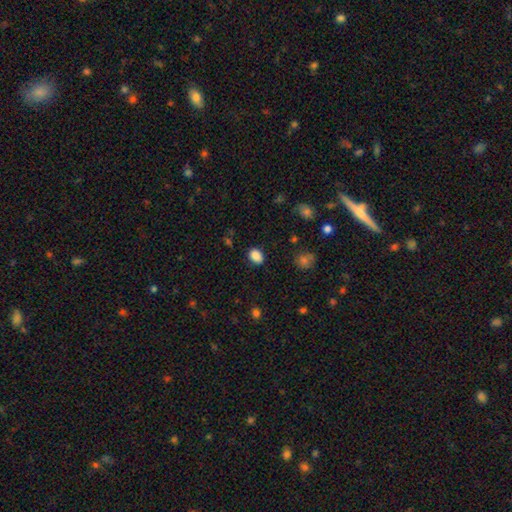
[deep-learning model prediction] Smooth or featured?
  - smooth: 87% *
  - star or artifact: 9%
  - featured or disk: 3%
How rounded?
  - in between: 75% *
  - round: 24%
  - cigar-shaped: 1%
Merging?
  - none: 84% *
  - minor disturbance: 11%
  - major disturbance: 3%
  - merger: 1%